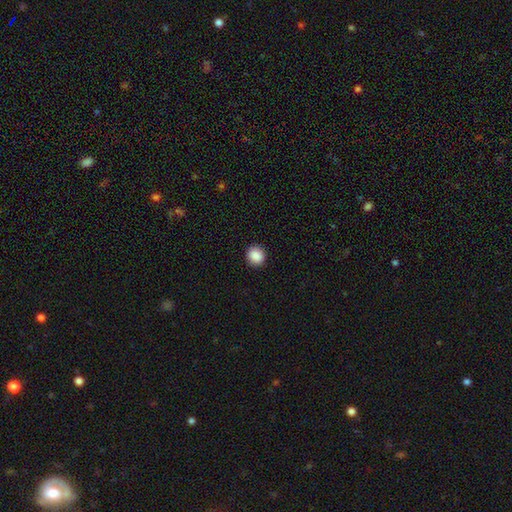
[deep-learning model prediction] Smooth or featured? Predicted: smooth (p=0.89). How rounded? Predicted: round (p=0.89). Merging? Predicted: none (p=0.92).